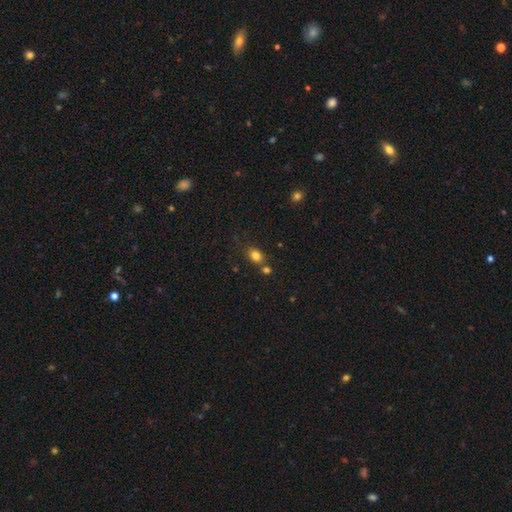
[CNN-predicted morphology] This appears to be a smooth galaxy with no disk features (81%) that is in between round and cigar-shaped (65%). Merging: none (63%).